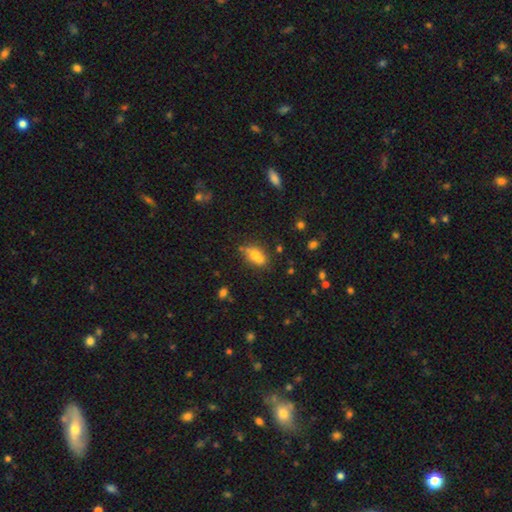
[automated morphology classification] This appears to be a smooth galaxy with no disk features (62%) that is in between round and cigar-shaped (55%). Merging: merger (51%).